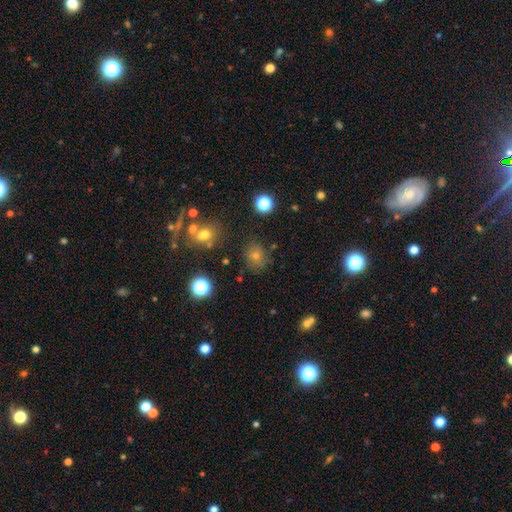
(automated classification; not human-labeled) This is possibly a smooth galaxy (57%). How rounded: likely round (71%). Merging: likely none (79%).